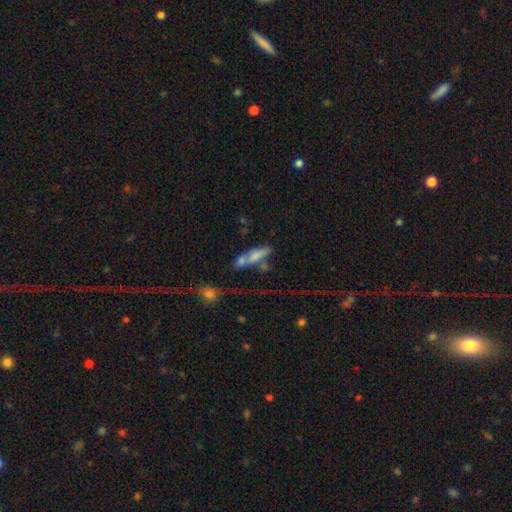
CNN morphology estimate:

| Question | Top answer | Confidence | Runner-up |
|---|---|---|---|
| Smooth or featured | smooth | 60% | featured or disk (29%) |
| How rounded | cigar-shaped | 54% | in between (42%) |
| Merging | merger | 41% | none (28%) |